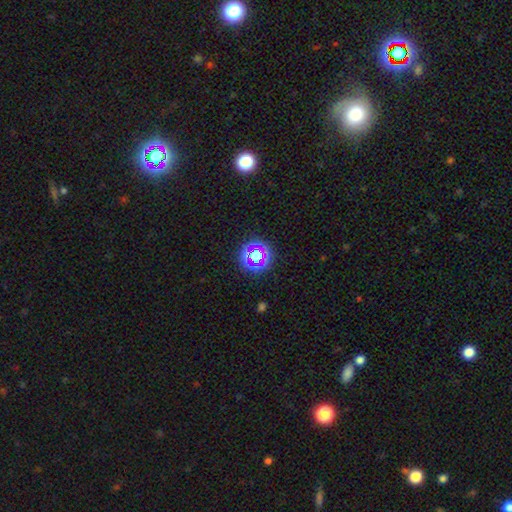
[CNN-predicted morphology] A star or artifact, not a galaxy (59%).

Vote fractions:
- Smooth or featured? star or artifact: 59% / smooth: 27% / featured or disk: 14%